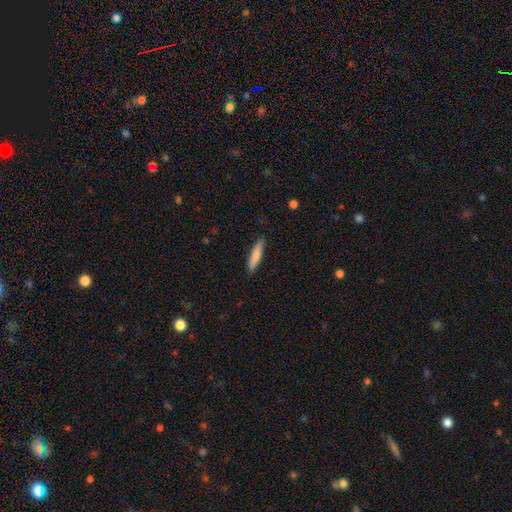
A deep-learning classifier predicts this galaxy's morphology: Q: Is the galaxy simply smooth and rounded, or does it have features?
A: smooth — 79%.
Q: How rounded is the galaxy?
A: cigar-shaped — 83%.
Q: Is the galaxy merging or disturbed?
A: none — 87%.